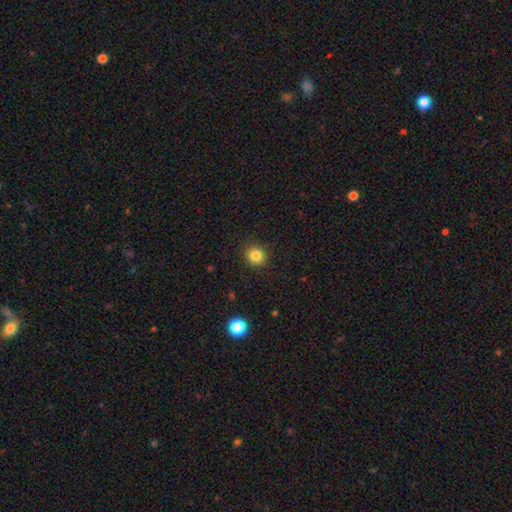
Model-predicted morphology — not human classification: Smooth or featured? Predicted: smooth (p=0.84). How rounded? Predicted: round (p=0.89). Merging? Predicted: none (p=0.90).